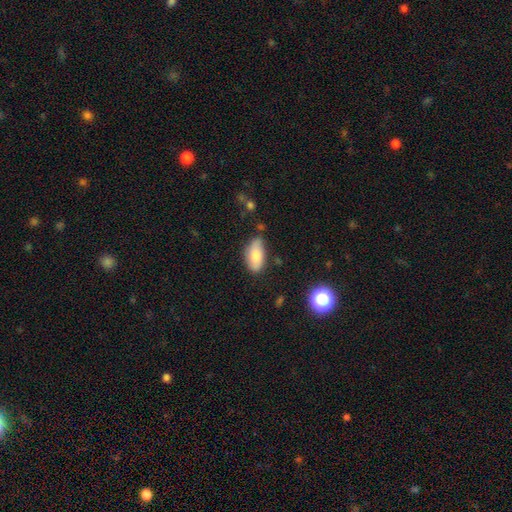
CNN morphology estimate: This is likely a smooth galaxy (78%). How rounded: clearly in between (92%). Merging: likely none (66%).